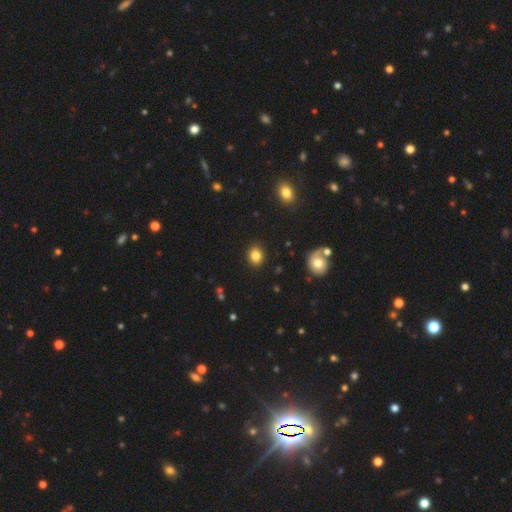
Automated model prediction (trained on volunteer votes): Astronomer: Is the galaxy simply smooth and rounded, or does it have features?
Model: smooth — 83%.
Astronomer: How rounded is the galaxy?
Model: round — 63%.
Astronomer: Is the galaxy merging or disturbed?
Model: none — 90%.